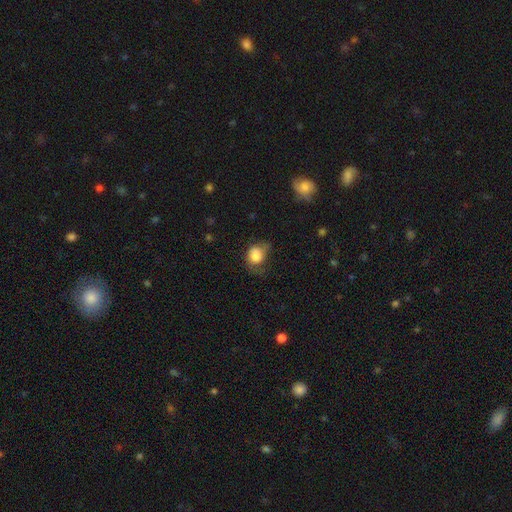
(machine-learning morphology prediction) A smooth galaxy with no disk features (77%) that is round (55%). Merging: minor disturbance (35%).